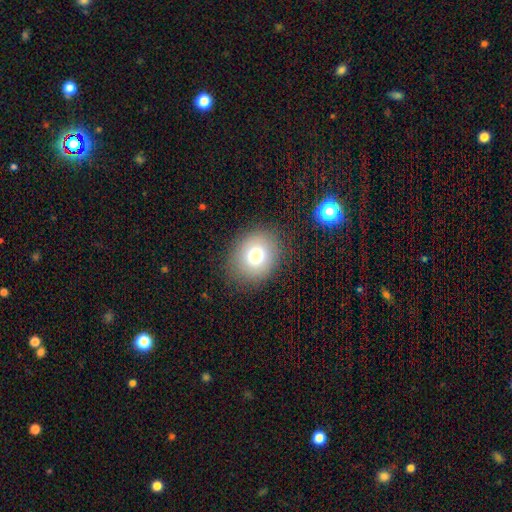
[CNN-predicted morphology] smooth_or_featured: smooth (p=0.75) [alt: star or artifact p=0.13]
how_rounded: round (p=0.66) [alt: in between p=0.34]
merging: none (p=0.85) [alt: minor disturbance p=0.10]